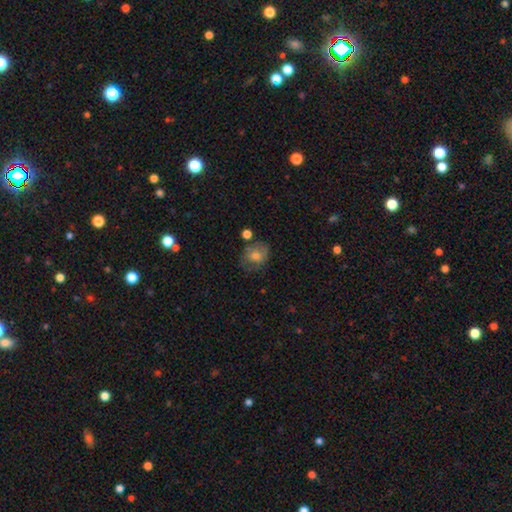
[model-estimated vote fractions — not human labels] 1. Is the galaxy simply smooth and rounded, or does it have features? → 66% smooth, 24% featured or disk, 9% star or artifact.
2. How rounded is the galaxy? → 52% round, 47% in between, 1% cigar-shaped.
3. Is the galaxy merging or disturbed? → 58% none, 24% minor disturbance, 10% major disturbance, 8% merger.